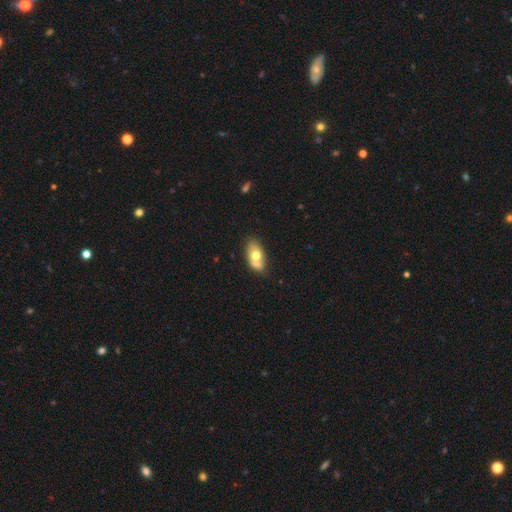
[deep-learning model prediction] A smooth galaxy with no disk features (61%) that is in between round and cigar-shaped (87%).

Vote fractions:
- Smooth or featured? smooth: 61% / featured or disk: 31% / star or artifact: 7%
- How rounded? in between: 87% / round: 9% / cigar-shaped: 4%
- Merging? none: 46% / merger: 31% / minor disturbance: 17% / major disturbance: 6%